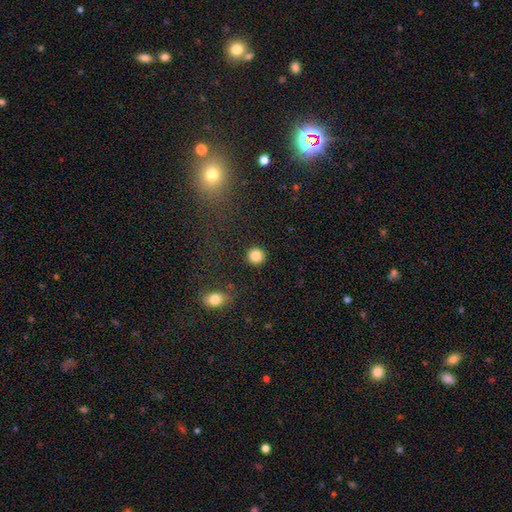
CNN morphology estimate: Q: Smooth or featured?
A: smooth (85%); runner-up: star or artifact (11%)
Q: How rounded?
A: round (94%); runner-up: in between (5%)
Q: Merging?
A: none (91%); runner-up: minor disturbance (5%)